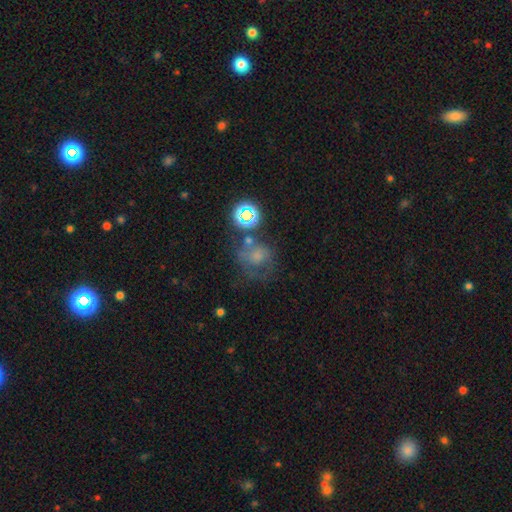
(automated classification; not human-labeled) This is possibly a smooth galaxy (50%). Merging: marginally none (45%).